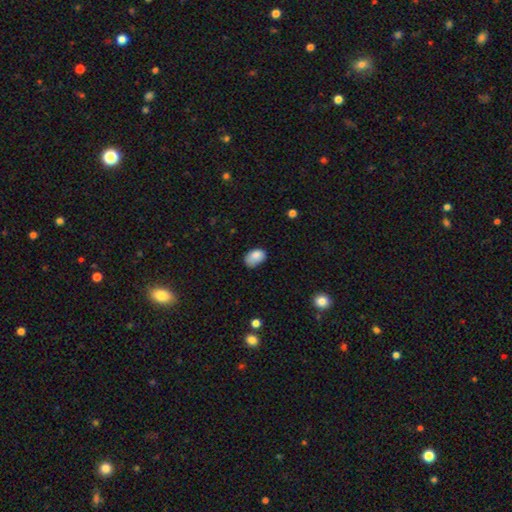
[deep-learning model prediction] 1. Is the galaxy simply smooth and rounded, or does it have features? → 83% smooth, 9% star or artifact, 8% featured or disk.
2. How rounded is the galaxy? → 85% in between, 14% round, 1% cigar-shaped.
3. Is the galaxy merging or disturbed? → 49% none, 37% minor disturbance, 11% major disturbance, 3% merger.